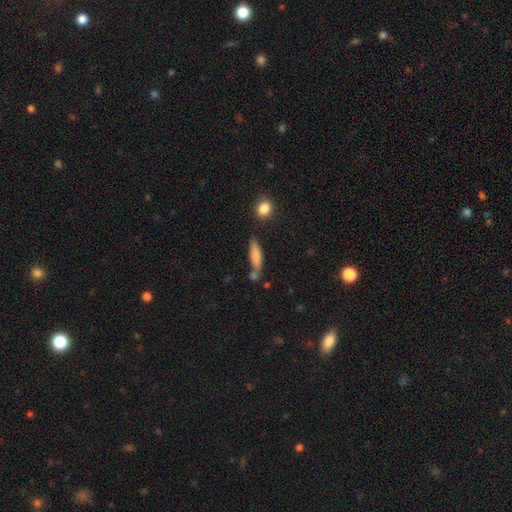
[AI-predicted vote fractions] Smooth or featured? smooth (78%)
How rounded? cigar-shaped (68%)
Merging? none (57%)